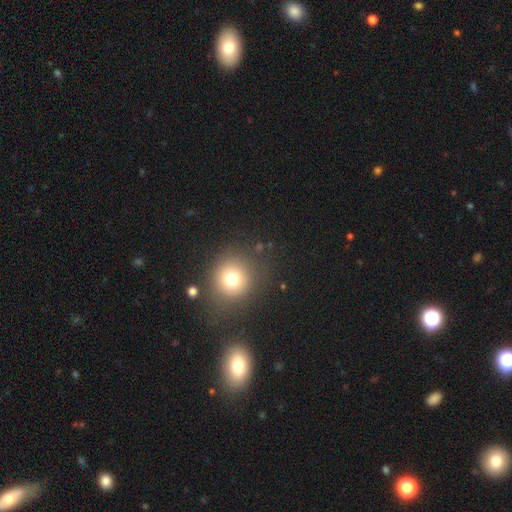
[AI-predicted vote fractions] This appears to be a smooth galaxy with no disk features (64%) that is round (84%). Merging: none (77%).